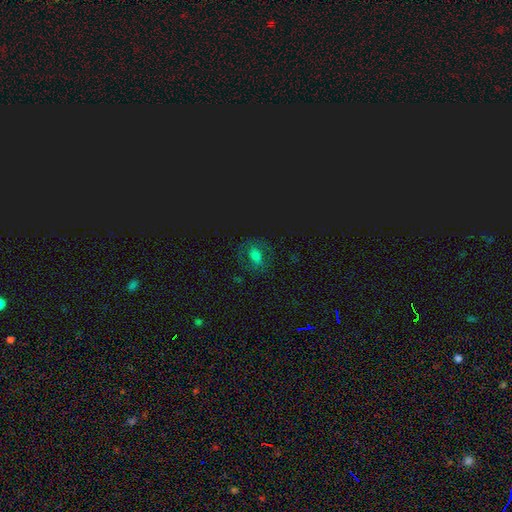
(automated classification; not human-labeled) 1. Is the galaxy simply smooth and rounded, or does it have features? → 43% smooth, 29% featured or disk, 28% star or artifact.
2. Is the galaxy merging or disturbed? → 76% none, 14% minor disturbance, 8% major disturbance, 2% merger.